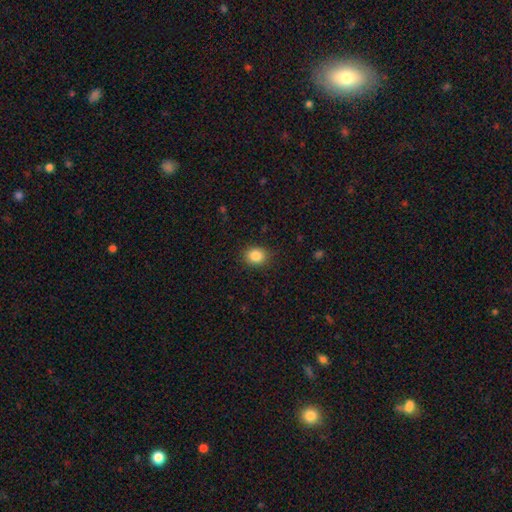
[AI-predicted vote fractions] Q: Smooth or featured?
A: smooth (86%); runner-up: star or artifact (10%)
Q: How rounded?
A: round (62%); runner-up: in between (37%)
Q: Merging?
A: none (88%); runner-up: minor disturbance (8%)